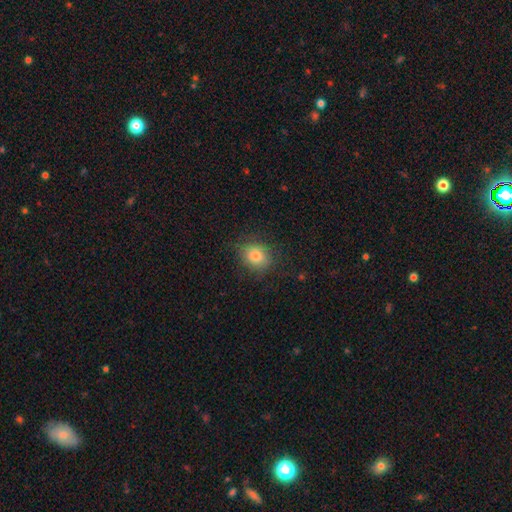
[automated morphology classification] Smooth or featured? Predicted: smooth (p=0.81). How rounded? Predicted: round (p=0.66). Merging? Predicted: none (p=0.82).